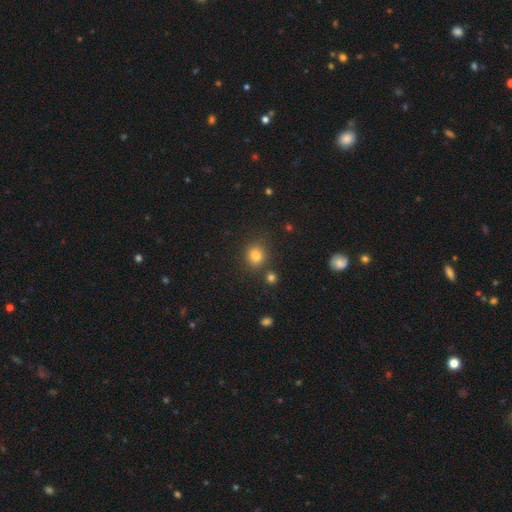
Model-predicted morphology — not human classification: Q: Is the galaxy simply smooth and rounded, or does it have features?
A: smooth — 81%.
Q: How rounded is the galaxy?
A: round — 85%.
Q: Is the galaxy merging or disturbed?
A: none — 81%.